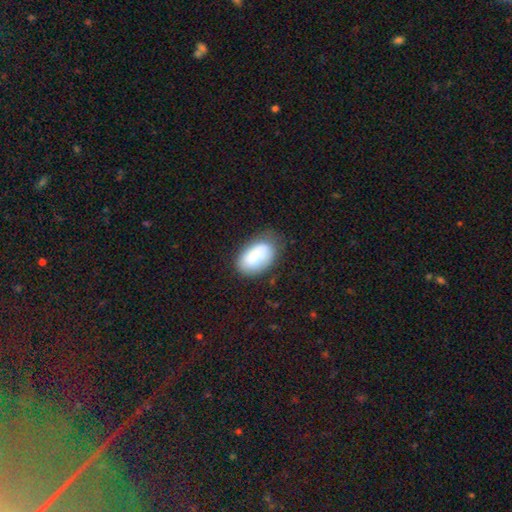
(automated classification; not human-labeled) A smooth galaxy with no disk features (81%) that is in between round and cigar-shaped (91%). Merging: none (61%).